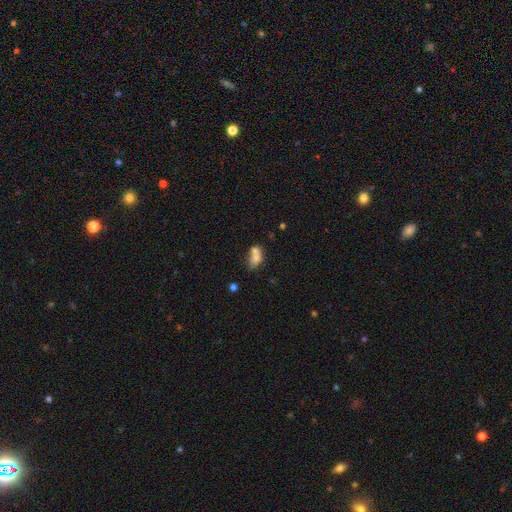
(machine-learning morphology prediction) A smooth galaxy with no disk features (69%) that is in between round and cigar-shaped (76%).

Vote fractions:
- Smooth or featured? smooth: 69% / featured or disk: 21% / star or artifact: 10%
- How rounded? in between: 76% / round: 20% / cigar-shaped: 4%
- Merging? merger: 53% / none: 27% / minor disturbance: 13% / major disturbance: 7%